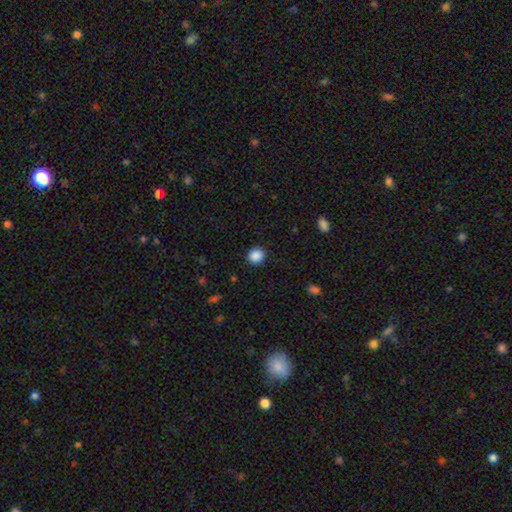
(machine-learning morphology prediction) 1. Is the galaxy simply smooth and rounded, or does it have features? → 88% smooth, 9% star or artifact, 3% featured or disk.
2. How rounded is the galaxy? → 86% round, 13% in between, 1% cigar-shaped.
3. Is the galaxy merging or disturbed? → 91% none, 6% minor disturbance, 2% major disturbance, 1% merger.